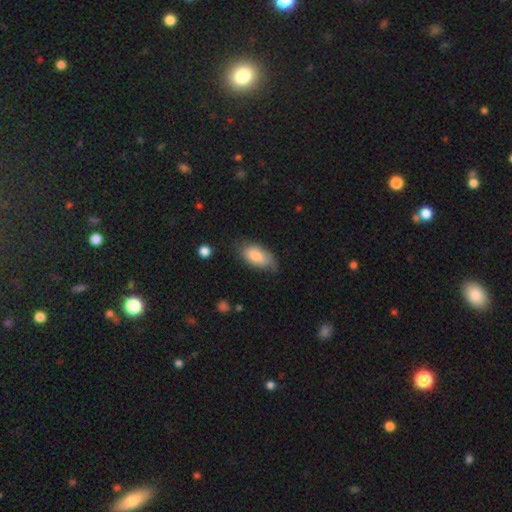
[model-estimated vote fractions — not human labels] Smooth or featured? smooth (81%)
How rounded? in between (92%)
Merging? none (63%)